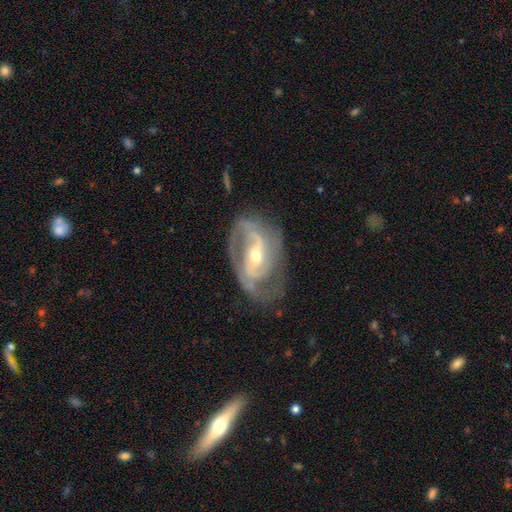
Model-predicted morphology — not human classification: Smooth or featured?
  - featured or disk: 88% *
  - smooth: 7%
  - star or artifact: 5%
Edge-on disk?
  - no: 96% *
  - yes: 4%
Bar?
  - weak: 42% *
  - no: 30%
  - strong: 28%
Spiral arms?
  - yes: 94% *
  - no: 6%
Spiral winding?
  - medium: 46% *
  - tight: 36%
  - loose: 18%
Spiral arm count?
  - 2: 66% *
  - can't tell: 14%
  - 3: 11%
  - 1: 5%
  - 4: 2%
  - more than 4: 2%
Bulge size?
  - moderate: 51% *
  - small: 45%
  - large: 2%
  - none: 1%
  - dominant: 1%
Merging?
  - none: 62% *
  - minor disturbance: 23%
  - major disturbance: 14%
  - merger: 2%